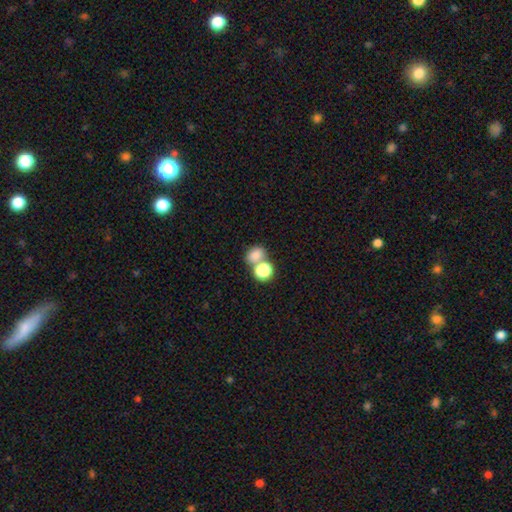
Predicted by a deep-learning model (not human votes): smooth-or-featured: smooth: 78% | star or artifact: 14% | featured or disk: 8%
  how-rounded: round: 51% | in between: 48% | cigar-shaped: 1%
  merging: none: 45% | merger: 43% | minor disturbance: 8% | major disturbance: 4%